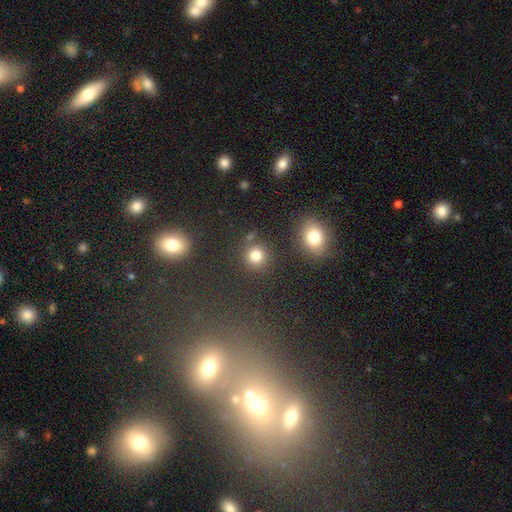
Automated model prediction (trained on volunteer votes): Overall: smooth (78%). How rounded: round (89%). Merging: none (81%).